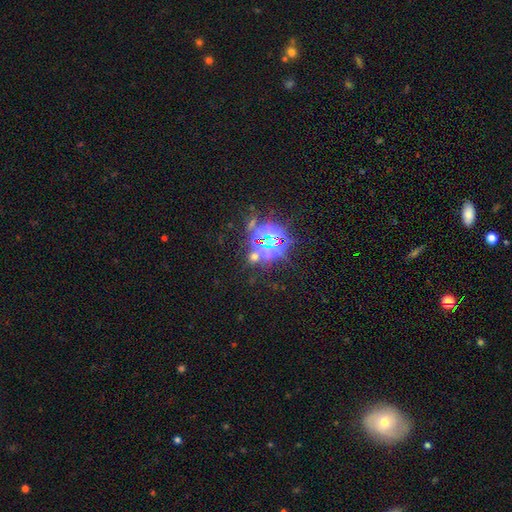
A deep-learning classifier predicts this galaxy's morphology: Overall: star or artifact (82%).